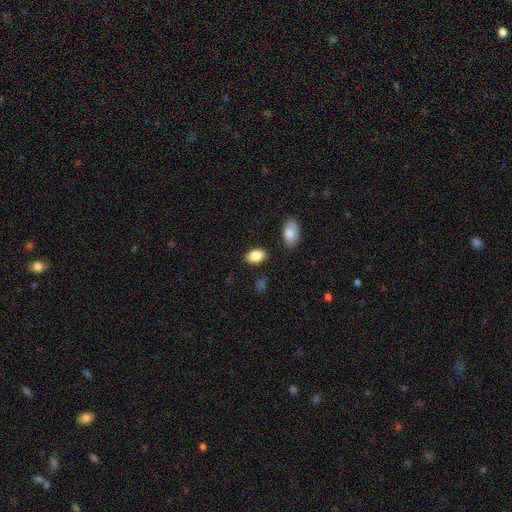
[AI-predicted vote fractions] Smooth or featured? smooth (84%)
How rounded? in between (88%)
Merging? none (83%)